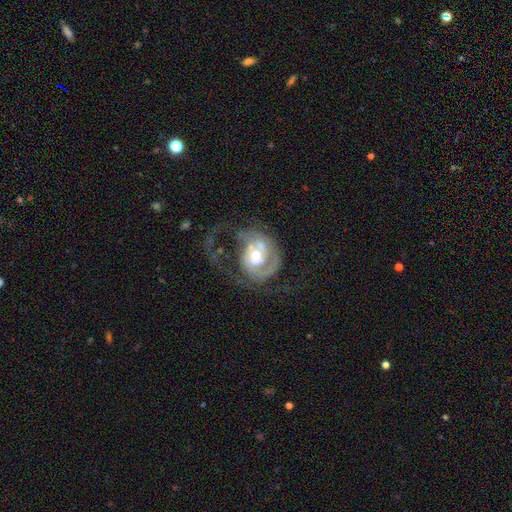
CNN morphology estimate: smooth-or-featured: featured or disk: 82% | smooth: 12% | star or artifact: 6%
  disk-edge-on: no: 98% | yes: 2%
    bar: no: 64% | weak: 28% | strong: 8%
    has-spiral-arms: yes: 87% | no: 13%
      spiral-winding: tight: 44% | medium: 35% | loose: 21%
      spiral-arm-count: 2: 37% | 1: 36% | can't tell: 17% | 3: 6% | 4: 2% | more than 4: 2%
    bulge-size: moderate: 64% | small: 25% | large: 8% | none: 2% | dominant: 1%
  merging: major disturbance: 40% | none: 31% | minor disturbance: 15% | merger: 14%